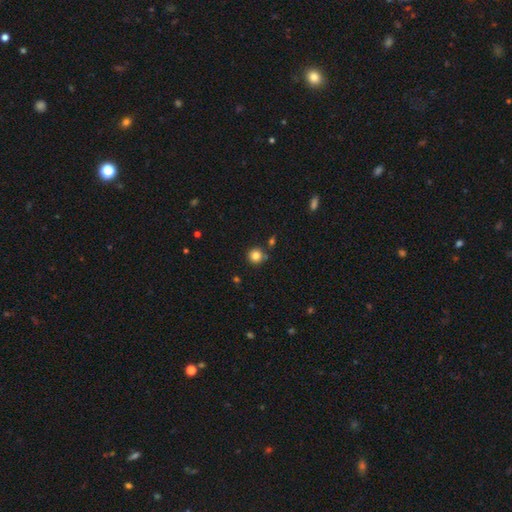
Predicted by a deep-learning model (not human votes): A smooth galaxy with no disk features (82%) that is round (93%). Merging: none (81%).